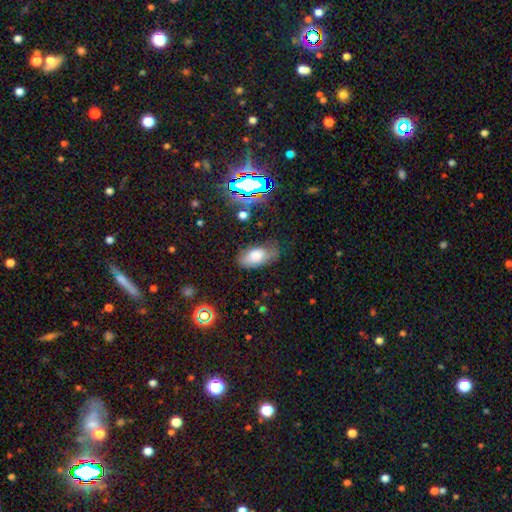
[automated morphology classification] Smooth or featured? smooth (71%)
How rounded? in between (92%)
Merging? none (58%)